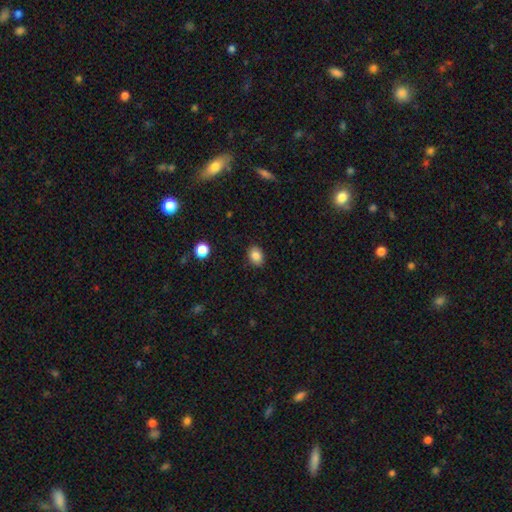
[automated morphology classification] Smooth or featured?
  - smooth: 85% *
  - star or artifact: 10%
  - featured or disk: 5%
How rounded?
  - in between: 66% *
  - round: 32%
  - cigar-shaped: 1%
Merging?
  - none: 87% *
  - minor disturbance: 9%
  - major disturbance: 2%
  - merger: 1%